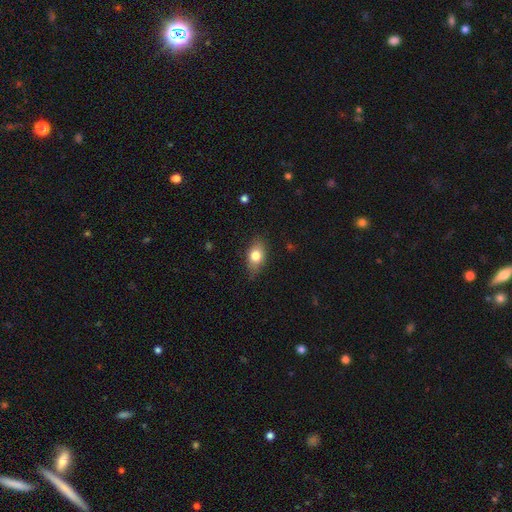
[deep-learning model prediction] smooth 77%, featured or disk 15%, star or artifact 8%. Down the decision tree: how rounded — in between (82%); merging — none (79%).